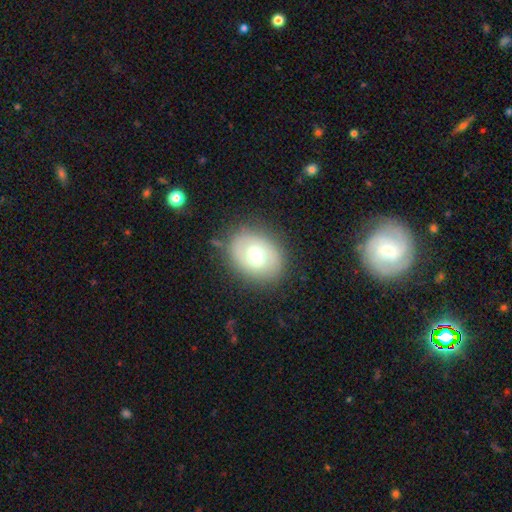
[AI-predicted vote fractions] A smooth galaxy with no disk features (59%) that is in between round and cigar-shaped (63%). Merging: none (82%).